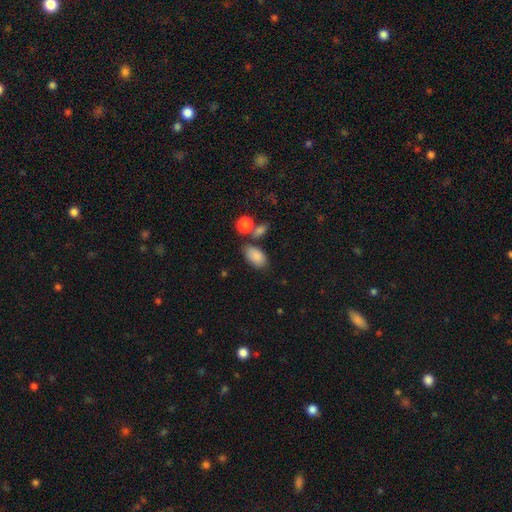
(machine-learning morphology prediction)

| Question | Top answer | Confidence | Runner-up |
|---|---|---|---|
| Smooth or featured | smooth | 86% | star or artifact (8%) |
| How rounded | in between | 92% | round (6%) |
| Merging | none | 68% | minor disturbance (15%) |